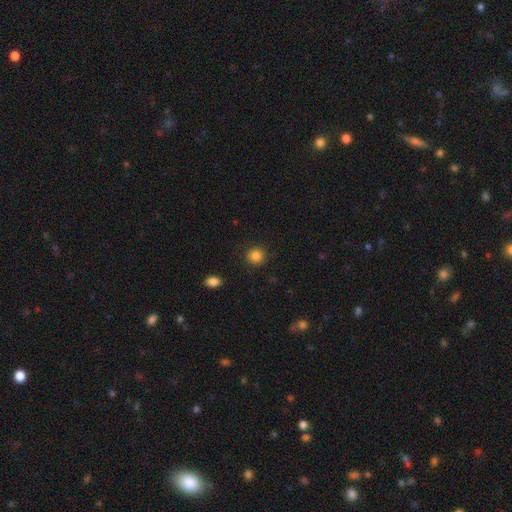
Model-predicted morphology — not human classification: A smooth galaxy with no disk features (85%) that is round (88%).

Vote fractions:
- Smooth or featured? smooth: 85% / star or artifact: 11% / featured or disk: 4%
- How rounded? round: 88% / in between: 11% / cigar-shaped: 1%
- Merging? none: 89% / minor disturbance: 7% / major disturbance: 3% / merger: 1%